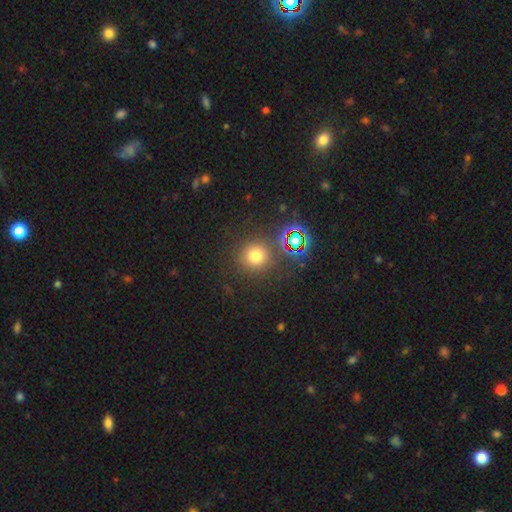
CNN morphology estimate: Q: Smooth or featured?
A: smooth (68%); runner-up: star or artifact (24%)
Q: How rounded?
A: round (92%); runner-up: in between (7%)
Q: Merging?
A: none (83%); runner-up: minor disturbance (8%)